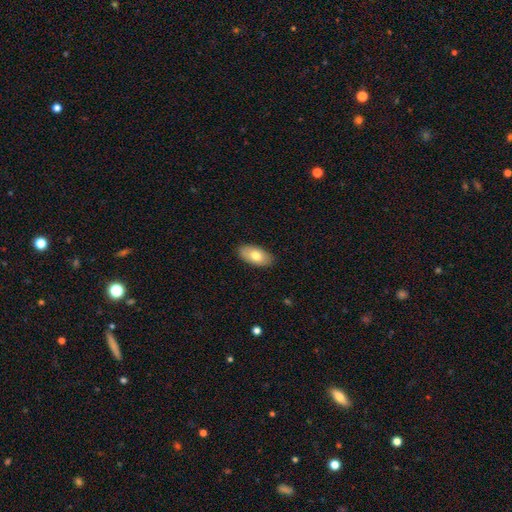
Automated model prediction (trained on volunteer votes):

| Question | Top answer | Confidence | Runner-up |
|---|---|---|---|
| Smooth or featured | smooth | 73% | featured or disk (20%) |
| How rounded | in between | 94% | round (3%) |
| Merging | none | 87% | minor disturbance (10%) |